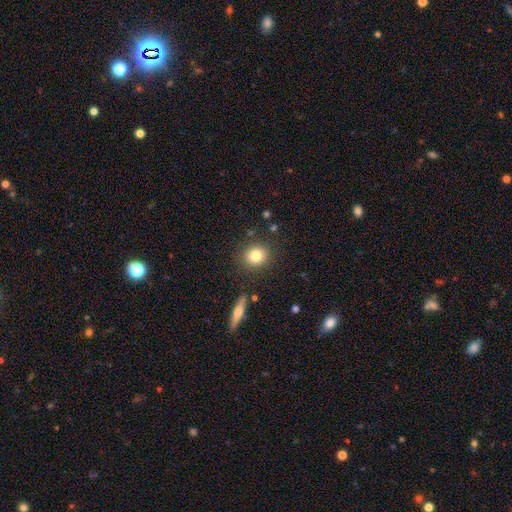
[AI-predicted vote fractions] Smooth or featured?
  - smooth: 81% *
  - star or artifact: 10%
  - featured or disk: 10%
How rounded?
  - round: 80% *
  - in between: 19%
  - cigar-shaped: 1%
Merging?
  - none: 86% *
  - minor disturbance: 8%
  - merger: 3%
  - major disturbance: 3%